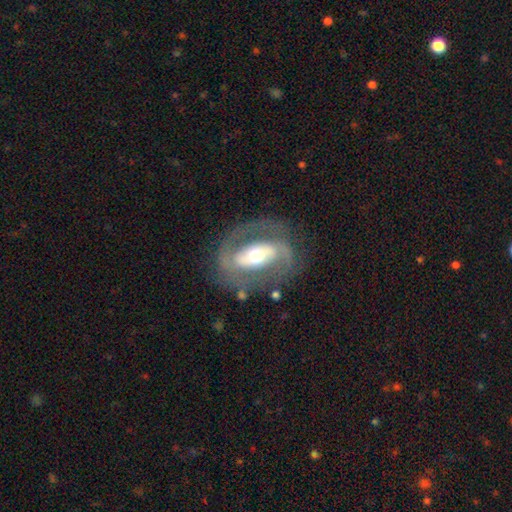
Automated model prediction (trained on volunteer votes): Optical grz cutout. It shows a featured or disk galaxy (81%) with a strong bar (45%), 2 (86%) medium (48%) spiral arms (79%) and a moderate central bulge (65%). Merging: none (75%).